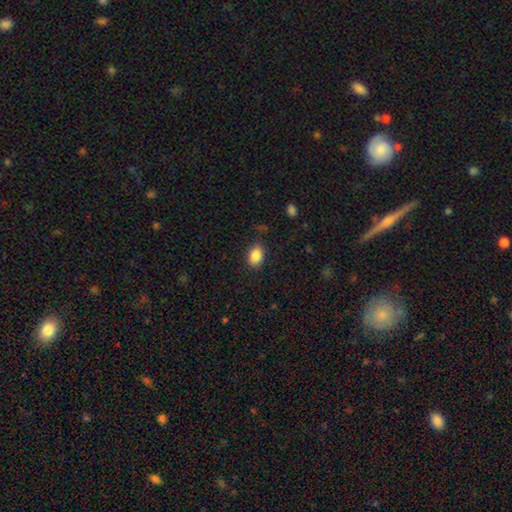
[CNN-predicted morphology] Overall: smooth (87%). How rounded: in between (82%). Merging: none (84%).